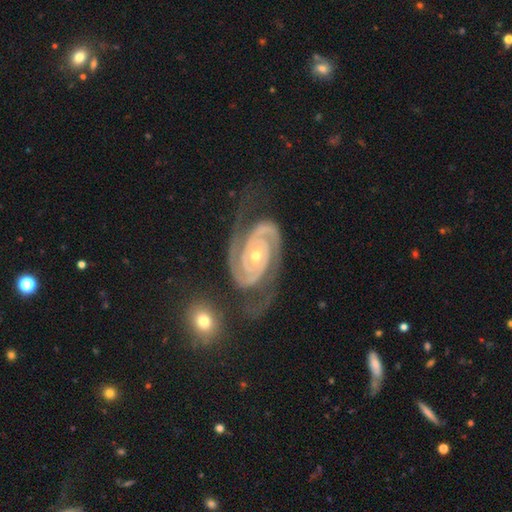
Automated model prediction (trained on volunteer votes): featured or disk 94%, star or artifact 4%, smooth 2%. Down the decision tree: edge-on disk — no (98%); bar — no (65%); spiral arms — yes (99%); spiral arm count — 2 (89%); spiral winding — tight (74%); bulge size — small (54%); merging — none (68%).